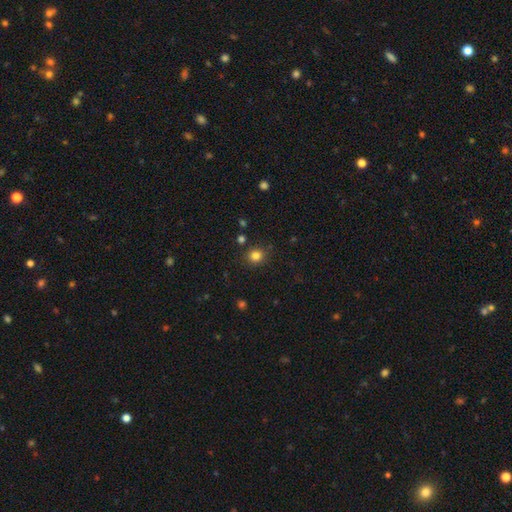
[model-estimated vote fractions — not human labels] smooth_or_featured: smooth (p=0.82) [alt: star or artifact p=0.13]
how_rounded: round (p=0.88) [alt: in between p=0.12]
merging: none (p=0.87) [alt: minor disturbance p=0.08]